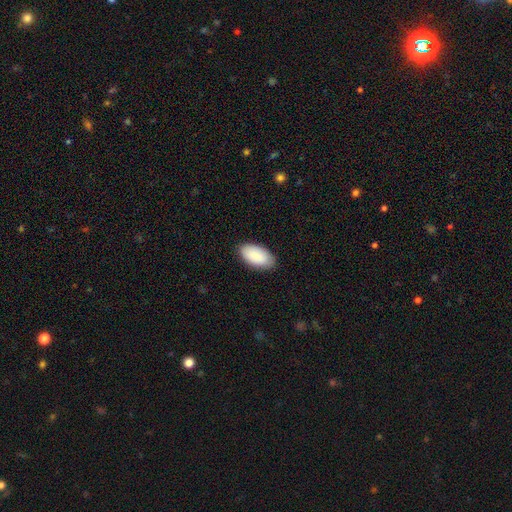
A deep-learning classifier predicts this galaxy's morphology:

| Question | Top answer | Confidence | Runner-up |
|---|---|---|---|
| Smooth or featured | smooth | 89% | featured or disk (6%) |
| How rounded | in between | 96% | cigar-shaped (2%) |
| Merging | none | 87% | minor disturbance (10%) |